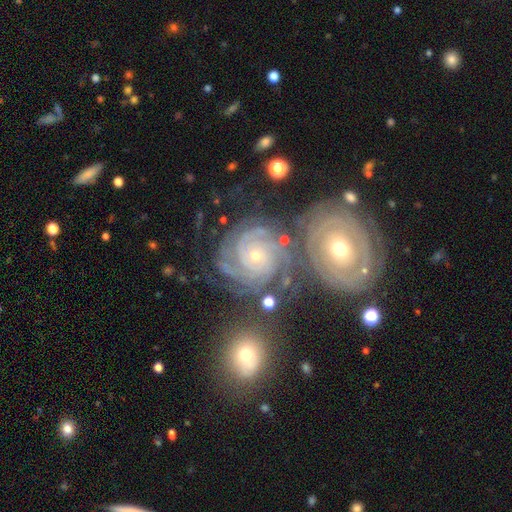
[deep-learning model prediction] Smooth or featured? Predicted: featured or disk (p=0.90). Edge-on disk? Predicted: no (p=0.98). Bar? Predicted: no (p=0.77). Spiral arms? Predicted: yes (p=0.98). Spiral winding? Predicted: tight (p=0.80). Spiral arm count? Predicted: 3 (p=0.33). Bulge size? Predicted: small (p=0.67). Merging? Predicted: none (p=0.63).